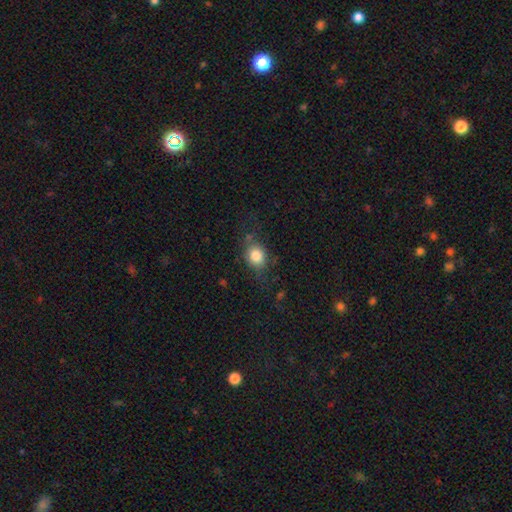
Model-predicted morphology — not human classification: smooth-or-featured: smooth: 81% | star or artifact: 10% | featured or disk: 10%
  how-rounded: round: 59% | in between: 40% | cigar-shaped: 1%
  merging: none: 68% | minor disturbance: 20% | major disturbance: 9% | merger: 3%